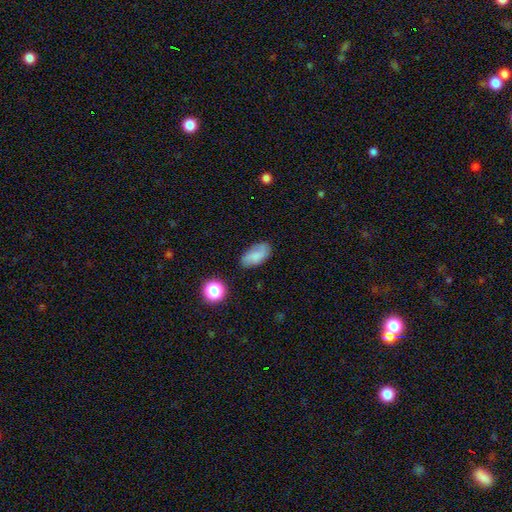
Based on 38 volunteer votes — A smooth galaxy with no disk features (82%) that is in between round and cigar-shaped (87%). Merging: none (89%).